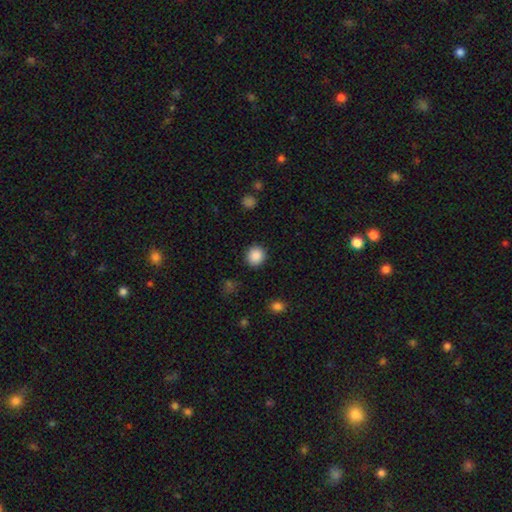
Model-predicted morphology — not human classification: Smooth or featured? smooth (88%)
How rounded? round (90%)
Merging? none (90%)